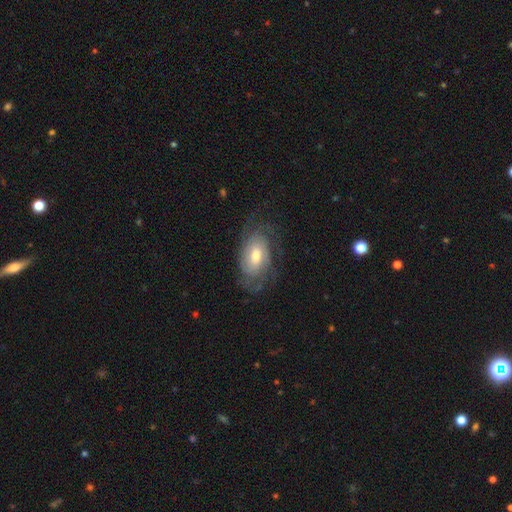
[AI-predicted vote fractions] The model was most divided on "bar": no: 56%, weak: 37%, strong: 7%. More confident: edge-on disk — no (94%); spiral arms — yes (85%); smooth or featured — featured or disk (67%); merging — none (65%); bulge size — moderate (63%); spiral winding — tight (57%); spiral arm count — can't tell (51%).